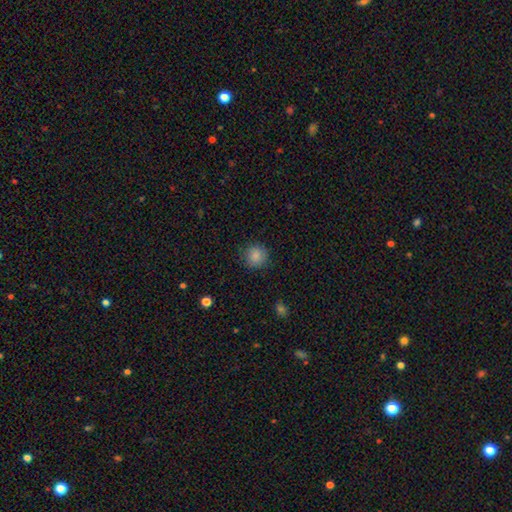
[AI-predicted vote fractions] smooth 86%, star or artifact 10%, featured or disk 4%. Down the decision tree: how rounded — round (92%); merging — none (88%).